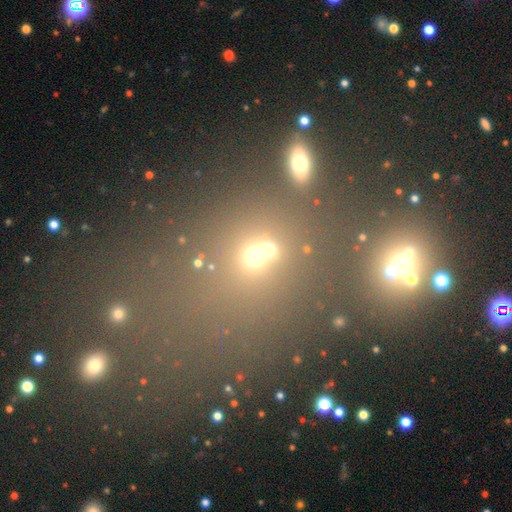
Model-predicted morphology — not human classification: smooth-or-featured: smooth: 45% | star or artifact: 42% | featured or disk: 13%
  merging: none: 52% | merger: 30% | minor disturbance: 10% | major disturbance: 8%